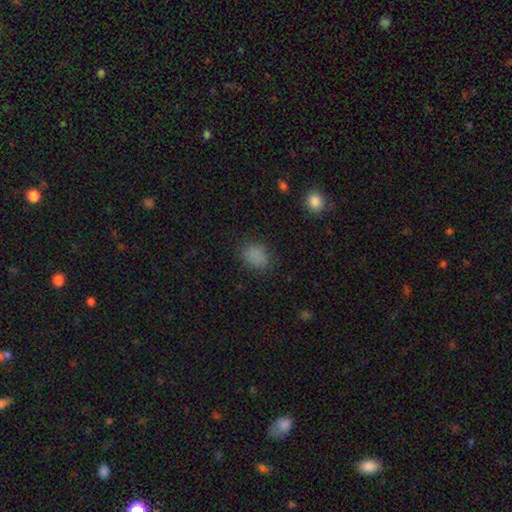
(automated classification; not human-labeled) This appears to be a smooth galaxy with no disk features (82%) that is in between round and cigar-shaped (55%). Merging: none (80%).